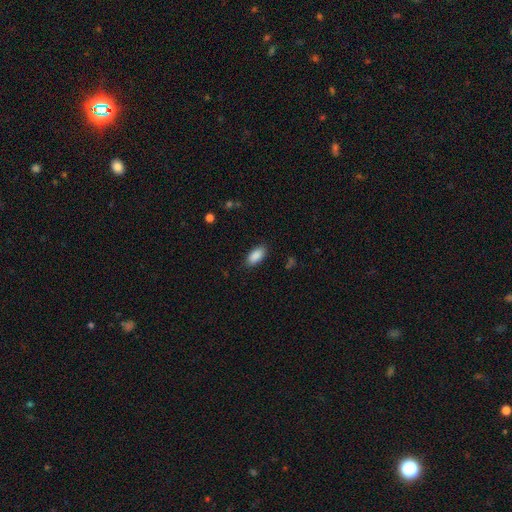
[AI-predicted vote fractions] smooth 90%, star or artifact 7%, featured or disk 4%. Down the decision tree: how rounded — in between (92%); merging — none (87%).